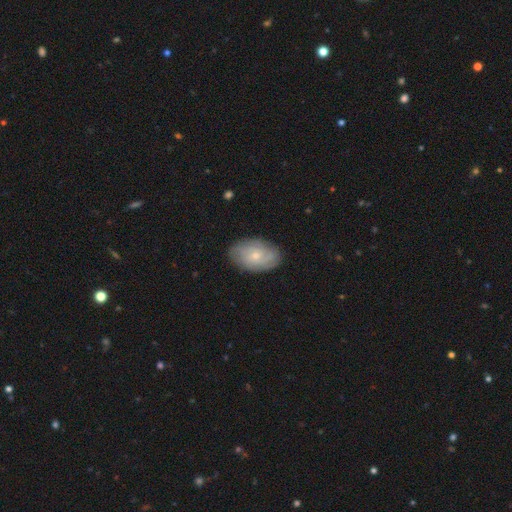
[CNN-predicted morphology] A featured or disk galaxy (55%) with no bar (80%), spiral arms (80%) and a small central bulge (73%).

Vote fractions:
- Smooth or featured? featured or disk: 55% / smooth: 38% / star or artifact: 7%
- Edge-on disk? no: 95% / yes: 5%
- Bar? no: 80% / weak: 18% / strong: 3%
- Spiral arms? yes: 80% / no: 20%
- Bulge size? small: 73% / moderate: 23% / none: 2% / large: 1% / dominant: 1%
- Merging? none: 81% / minor disturbance: 14% / major disturbance: 3% / merger: 1%